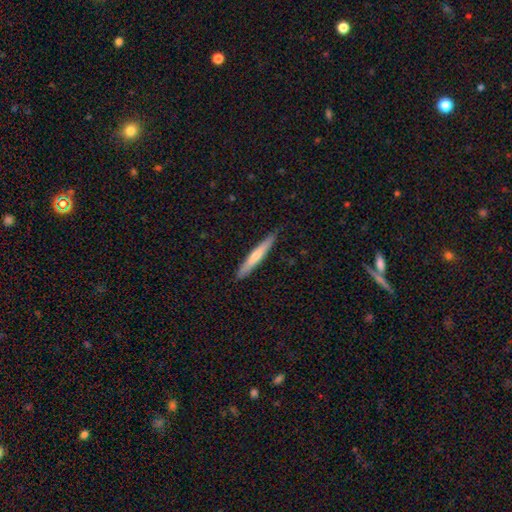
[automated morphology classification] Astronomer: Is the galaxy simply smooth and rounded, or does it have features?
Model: smooth — 48% (runner-up: featured or disk, 46%).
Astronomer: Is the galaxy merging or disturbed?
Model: none — 89%.